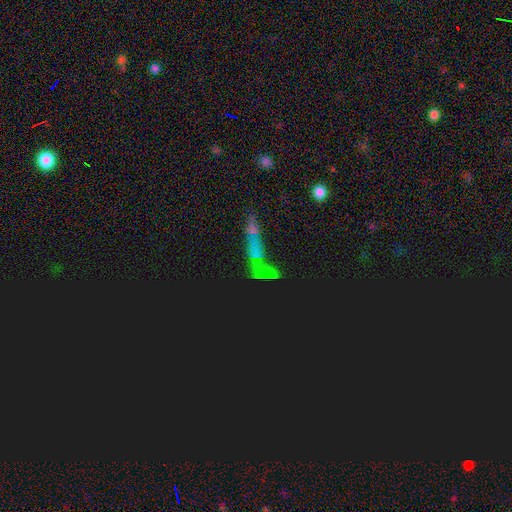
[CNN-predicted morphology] Overall: star or artifact (50%; smooth 30%).